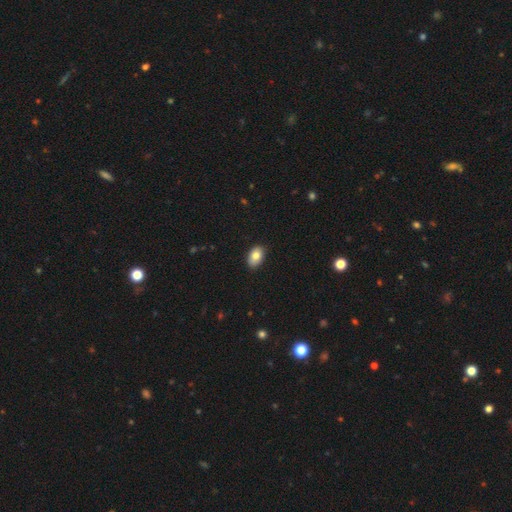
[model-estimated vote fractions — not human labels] Morphology: type=smooth (83%); roundness=in between (89%); merging=none (88%).